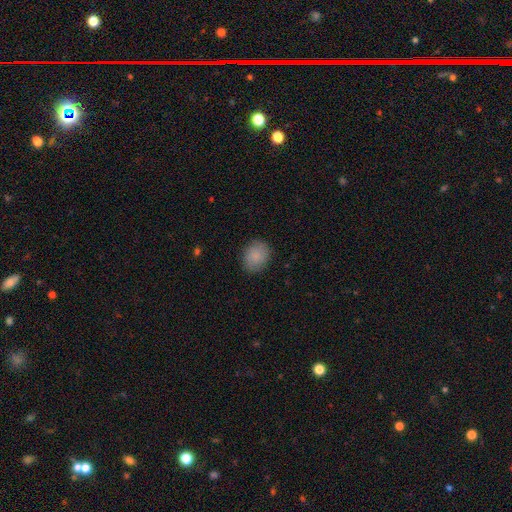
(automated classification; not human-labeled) smooth-or-featured: smooth: 84% | featured or disk: 9% | star or artifact: 7%
  how-rounded: round: 55% | in between: 44% | cigar-shaped: 1%
  merging: none: 85% | minor disturbance: 11% | major disturbance: 3% | merger: 1%